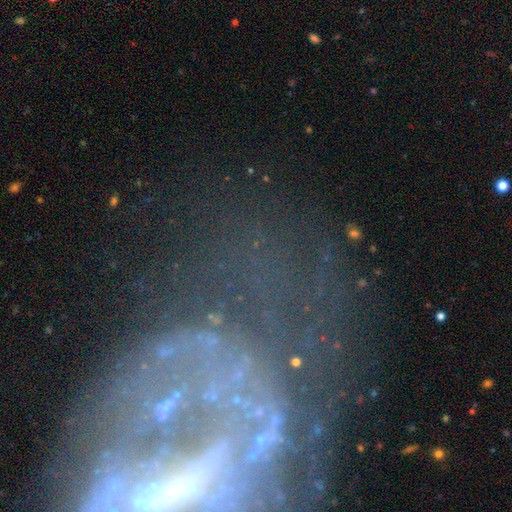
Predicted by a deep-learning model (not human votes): Morphology: type=featured or disk (63%); edge-on=no (95%); bar=no (60%); spiral arms=no (61%); bulge=none (57%); merging=none (38%, tied with major disturbance).